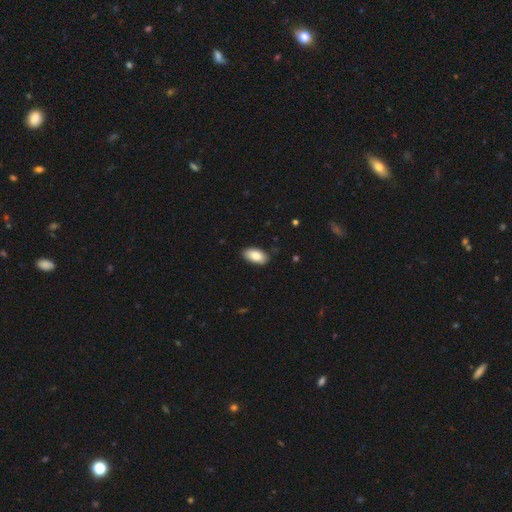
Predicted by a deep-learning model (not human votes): A smooth galaxy with no disk features (85%) that is in between round and cigar-shaped (94%). Merging: none (85%).